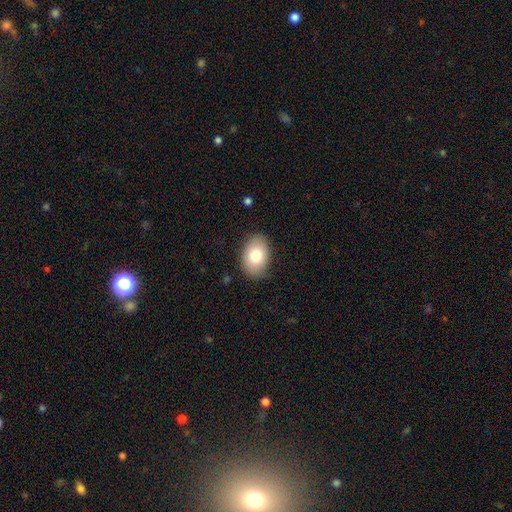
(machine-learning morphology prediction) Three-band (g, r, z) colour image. It shows a smooth galaxy with no disk features (79%) that is in between round and cigar-shaped (83%). Merging: none (85%).